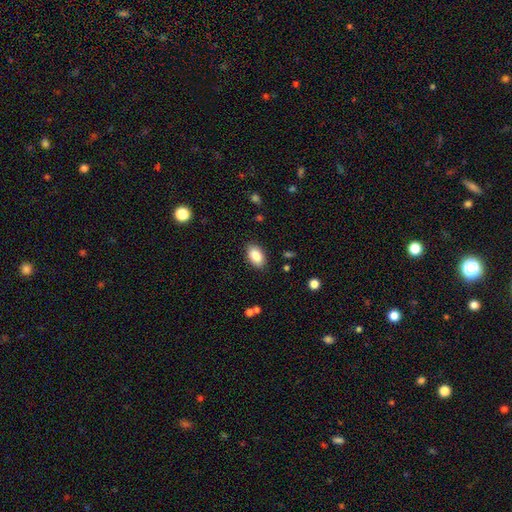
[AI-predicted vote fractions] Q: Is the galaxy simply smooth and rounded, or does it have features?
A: smooth — 87%.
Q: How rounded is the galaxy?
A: in between — 93%.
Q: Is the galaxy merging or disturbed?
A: none — 87%.